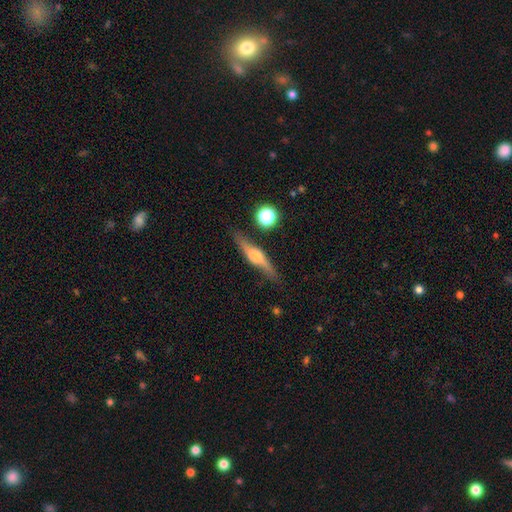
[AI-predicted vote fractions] smooth-or-featured: featured or disk: 68% | smooth: 25% | star or artifact: 7%
  disk-edge-on: yes: 93% | no: 7%
    edge-on-bulge: rounded: 84% | boxy: 11% | none: 4%
  merging: none: 82% | minor disturbance: 12% | major disturbance: 3% | merger: 3%